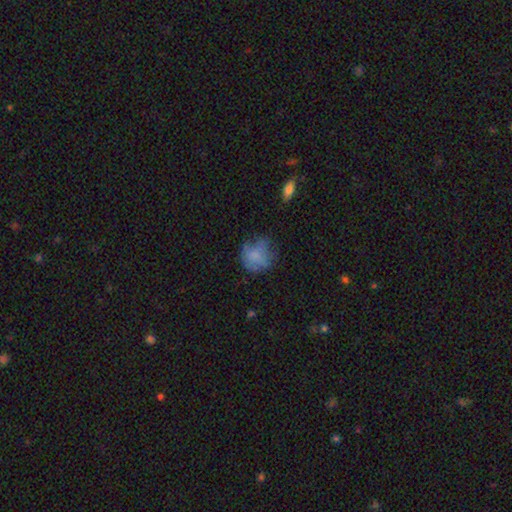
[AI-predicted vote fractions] Q: Smooth or featured?
A: smooth (69%); runner-up: featured or disk (20%)
Q: How rounded?
A: round (77%); runner-up: in between (22%)
Q: Merging?
A: none (50%); runner-up: minor disturbance (28%)